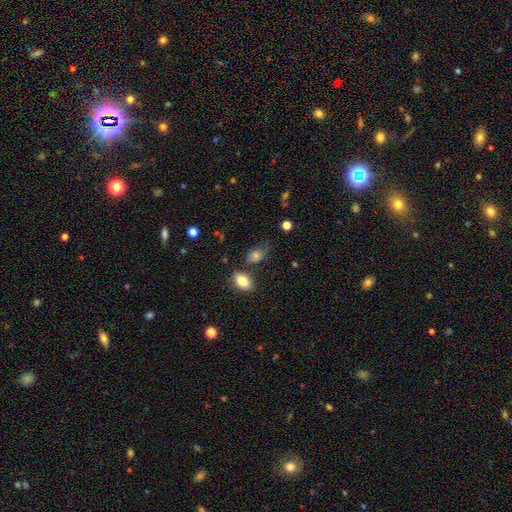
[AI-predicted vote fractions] A smooth galaxy with no disk features (75%) that is in between round and cigar-shaped (76%). Merging: none (49%).